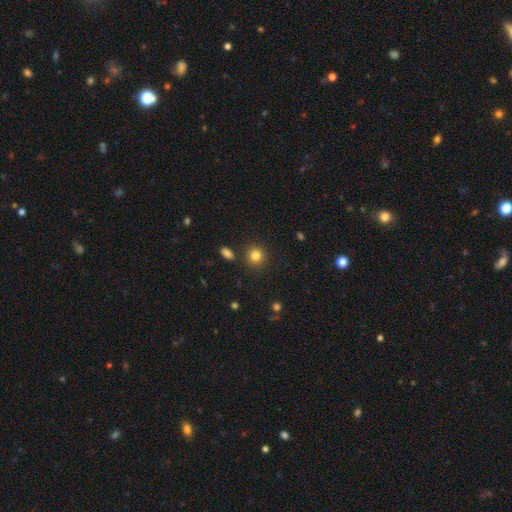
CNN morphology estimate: A smooth galaxy with no disk features (83%) that is round (87%).

Vote fractions:
- Smooth or featured? smooth: 83% / star or artifact: 12% / featured or disk: 6%
- How rounded? round: 87% / in between: 12% / cigar-shaped: 1%
- Merging? none: 87% / minor disturbance: 7% / merger: 3% / major disturbance: 2%